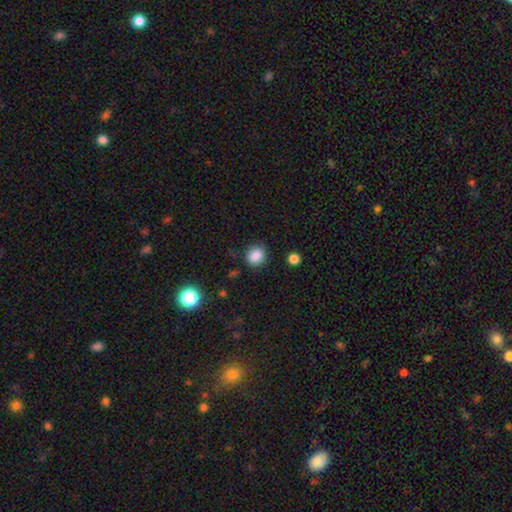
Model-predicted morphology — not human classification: Smooth or featured: smooth — 86% (star or artifact — 10%)
How rounded: round — 76% (in between — 23%)
Merging: none — 83% (minor disturbance — 11%)